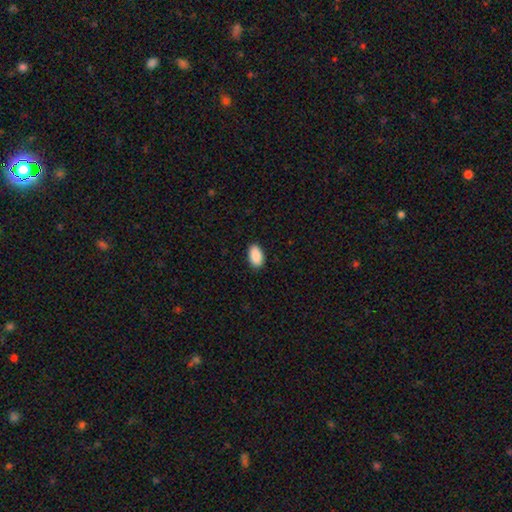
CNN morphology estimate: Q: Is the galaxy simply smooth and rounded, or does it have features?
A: smooth — 91%.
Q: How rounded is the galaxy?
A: in between — 95%.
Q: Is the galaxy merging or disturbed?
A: none — 89%.